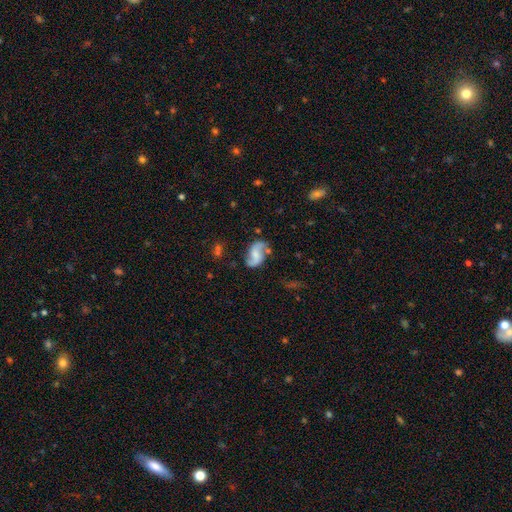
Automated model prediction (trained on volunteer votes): The model was most divided on "bulge size": none: 32%, small: 30%, moderate: 28%, large: 8%, dominant: 2%. Remaining: edge-on disk — no (98%); spiral arms — yes (95%); spiral arm count — 2 (92%); smooth or featured — featured or disk (78%); merging — none (69%); spiral winding — loose (63%); bar — no (48%).